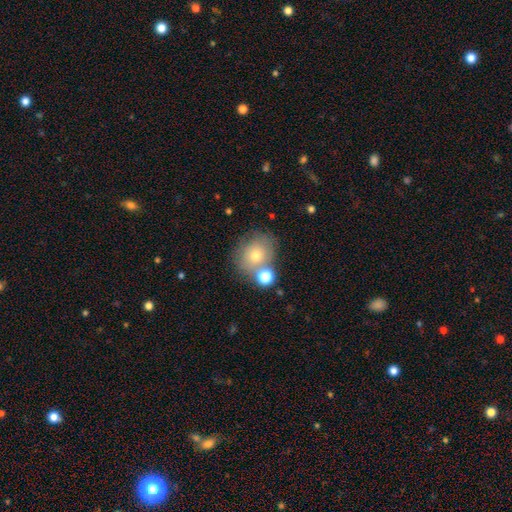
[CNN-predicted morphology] The model was most divided on "merging": none: 62%, merger: 19%, minor disturbance: 14%, major disturbance: 6%. More confident: how rounded — round (72%); smooth or featured — smooth (66%).